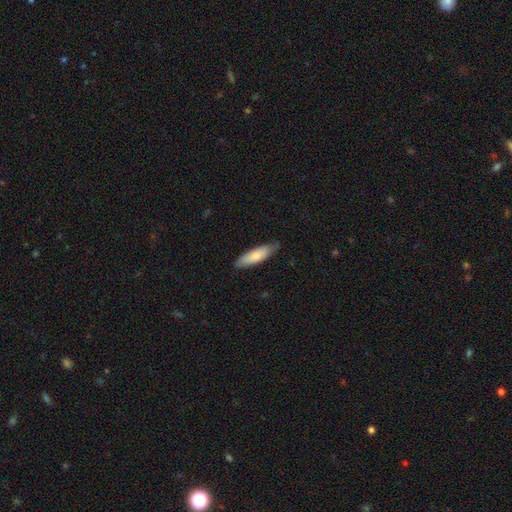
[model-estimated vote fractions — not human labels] This appears to be a smooth galaxy with no disk features (80%) that is cigar-shaped (55%). Merging: none (81%).